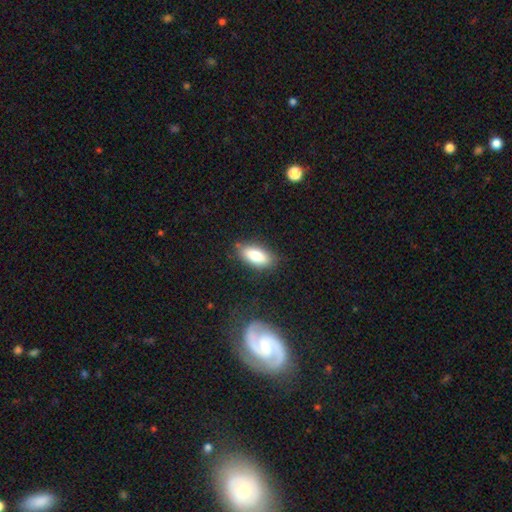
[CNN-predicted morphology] This appears to be a smooth galaxy with no disk features (82%) that is in between round and cigar-shaped (86%). Merging: none (83%).